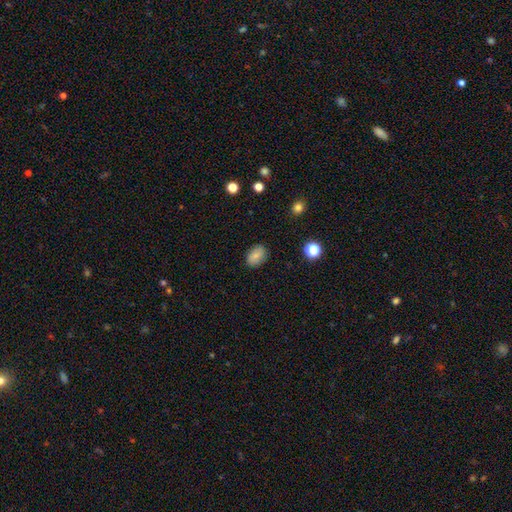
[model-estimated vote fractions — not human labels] A smooth galaxy with no disk features (79%) that is in between round and cigar-shaped (80%).

Vote fractions:
- Smooth or featured? smooth: 79% / featured or disk: 11% / star or artifact: 9%
- How rounded? in between: 80% / round: 19% / cigar-shaped: 1%
- Merging? none: 86% / minor disturbance: 10% / major disturbance: 3% / merger: 1%